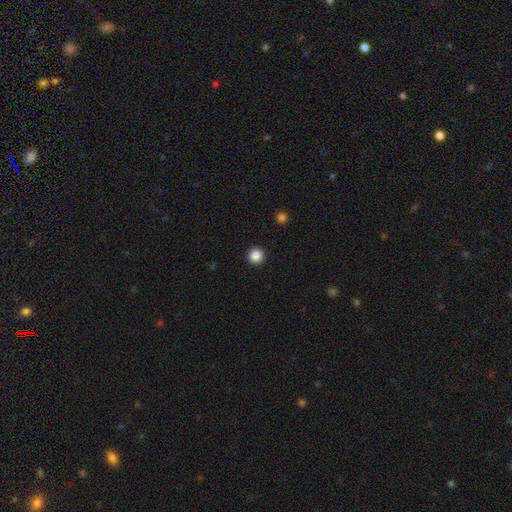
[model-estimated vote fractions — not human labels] smooth_or_featured: smooth (p=0.87) [alt: star or artifact p=0.10]
how_rounded: round (p=0.96) [alt: in between p=0.03]
merging: none (p=0.94) [alt: minor disturbance p=0.04]